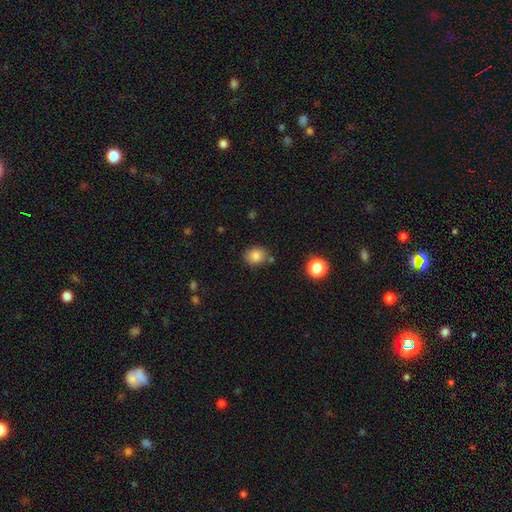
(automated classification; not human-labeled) smooth_or_featured: smooth (p=0.84) [alt: star or artifact p=0.10]
how_rounded: round (p=0.55) [alt: in between p=0.44]
merging: none (p=0.78) [alt: minor disturbance p=0.13]